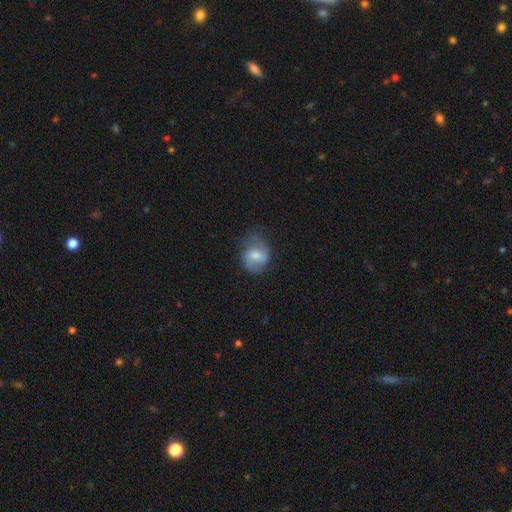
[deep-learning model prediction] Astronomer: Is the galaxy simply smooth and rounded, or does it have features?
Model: featured or disk — 46%, tied with smooth at 46%.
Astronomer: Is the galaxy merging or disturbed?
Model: none — 57%.